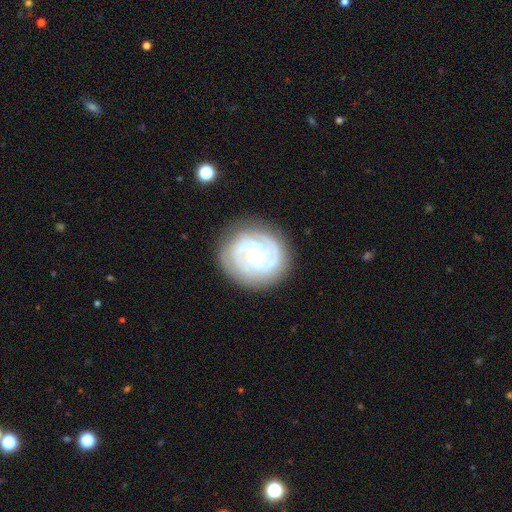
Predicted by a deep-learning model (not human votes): The model was most divided on "spiral arm count": 3: 28%, can't tell: 25%, 2: 25%, 4: 11%, more than 4: 6%, 1: 6%. More confident: edge-on disk — no (98%); spiral arms — yes (95%); smooth or featured — featured or disk (83%); merging — none (81%); spiral winding — tight (76%); bar — no (75%); bulge size — small (72%).